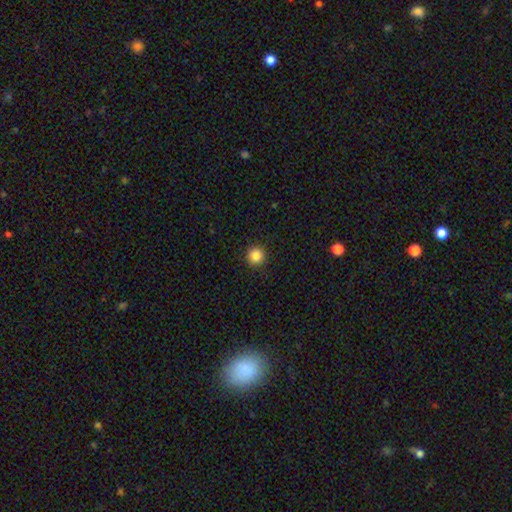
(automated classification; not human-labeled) smooth-or-featured: smooth: 86% | star or artifact: 11% | featured or disk: 3%
  how-rounded: round: 96% | in between: 3% | cigar-shaped: 1%
  merging: none: 93% | minor disturbance: 5% | major disturbance: 2% | merger: 1%